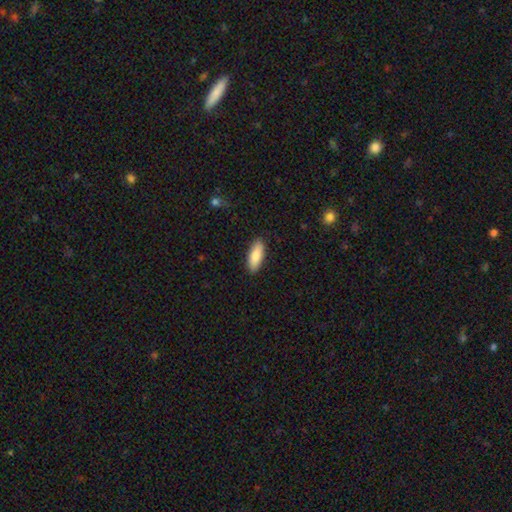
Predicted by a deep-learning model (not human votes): Smooth or featured: smooth — 87% (featured or disk — 8%)
How rounded: in between — 72% (cigar-shaped — 26%)
Merging: none — 88% (minor disturbance — 9%)